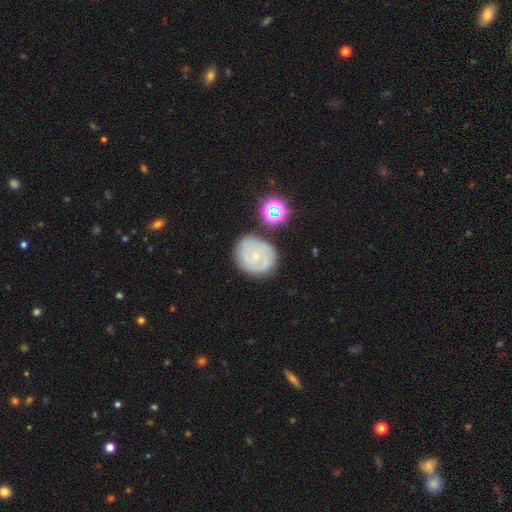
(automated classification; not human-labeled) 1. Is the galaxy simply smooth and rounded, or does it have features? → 61% featured or disk, 29% smooth, 9% star or artifact.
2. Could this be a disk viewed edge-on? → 98% no, 2% yes.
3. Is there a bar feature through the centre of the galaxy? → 71% no, 25% weak, 4% strong.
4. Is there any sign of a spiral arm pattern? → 86% yes, 14% no.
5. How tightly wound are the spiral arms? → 59% tight, 31% medium, 9% loose.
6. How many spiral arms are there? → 43% 2, 30% can't tell, 15% 3, 5% 1, 4% 4, 3% more than 4.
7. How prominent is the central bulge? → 76% small, 13% moderate, 9% none, 1% large, 1% dominant.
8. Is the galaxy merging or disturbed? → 75% none, 15% minor disturbance, 5% merger, 5% major disturbance.